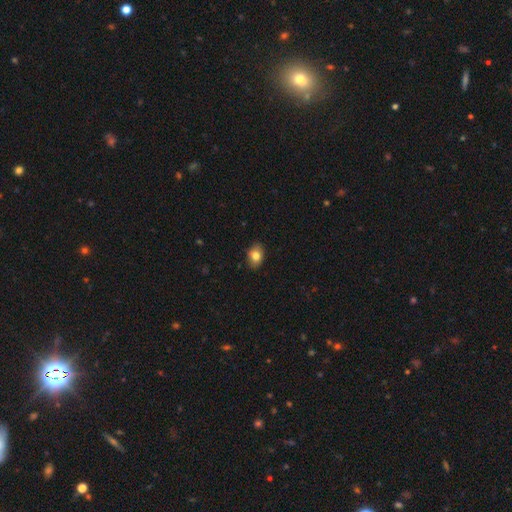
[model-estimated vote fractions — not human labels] Q: Smooth or featured?
A: smooth (81%); runner-up: featured or disk (11%)
Q: How rounded?
A: in between (79%); runner-up: round (20%)
Q: Merging?
A: none (86%); runner-up: minor disturbance (11%)